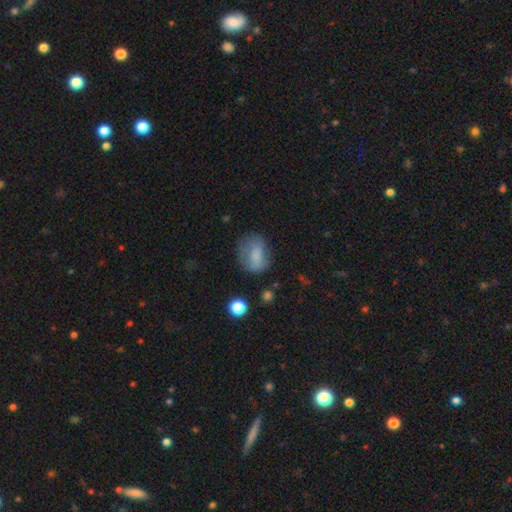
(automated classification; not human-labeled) smooth-or-featured: smooth: 72% | featured or disk: 18% | star or artifact: 10%
  how-rounded: in between: 62% | round: 36% | cigar-shaped: 2%
  merging: none: 57% | minor disturbance: 26% | major disturbance: 14% | merger: 2%